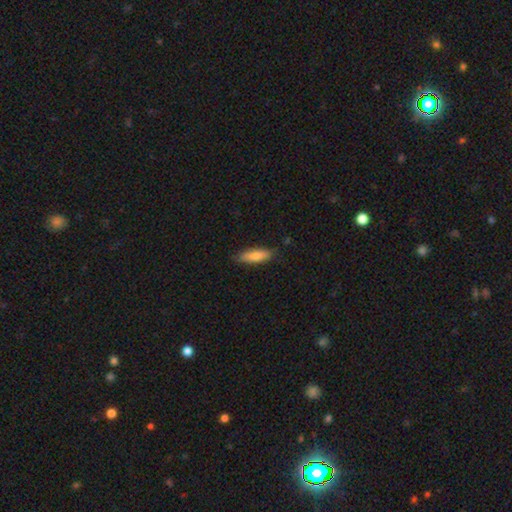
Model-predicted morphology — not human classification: The model was most divided on "how rounded": cigar-shaped: 55%, in between: 43%, round: 2%. More confident: merging — none (81%); smooth or featured — smooth (78%).